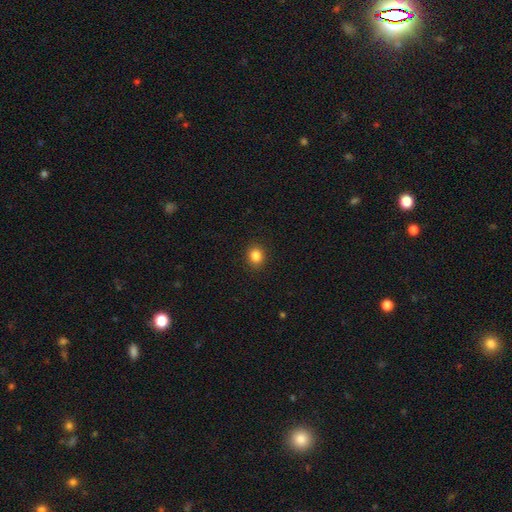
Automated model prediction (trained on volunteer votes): Smooth or featured: smooth — 84% (star or artifact — 11%)
How rounded: round — 74% (in between — 25%)
Merging: none — 91% (minor disturbance — 6%)